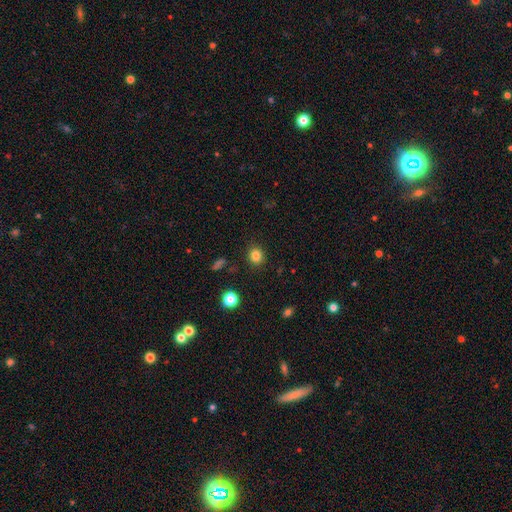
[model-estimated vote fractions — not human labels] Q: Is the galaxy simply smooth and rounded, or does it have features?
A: smooth — 83%.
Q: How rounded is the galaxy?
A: round — 81%.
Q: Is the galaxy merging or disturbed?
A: none — 89%.